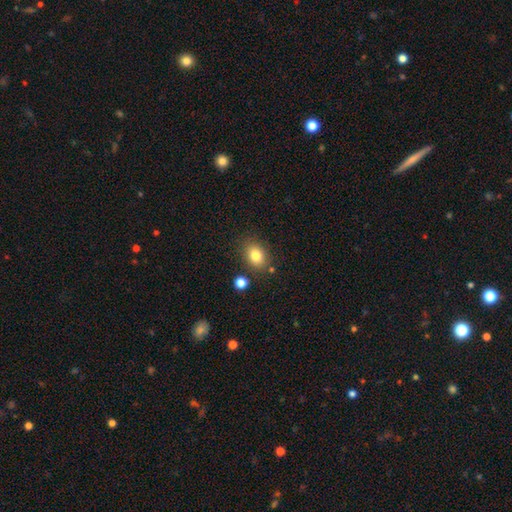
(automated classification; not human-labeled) The model was most divided on "how rounded": in between: 64%, round: 35%, cigar-shaped: 1%. More confident: smooth or featured — smooth (82%); merging — none (79%).